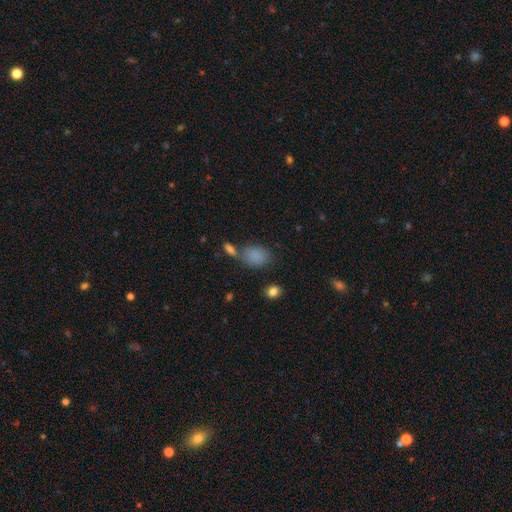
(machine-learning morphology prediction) Overall: smooth (84%). How rounded: in between (80%). Merging: none (52%; merger 22%).